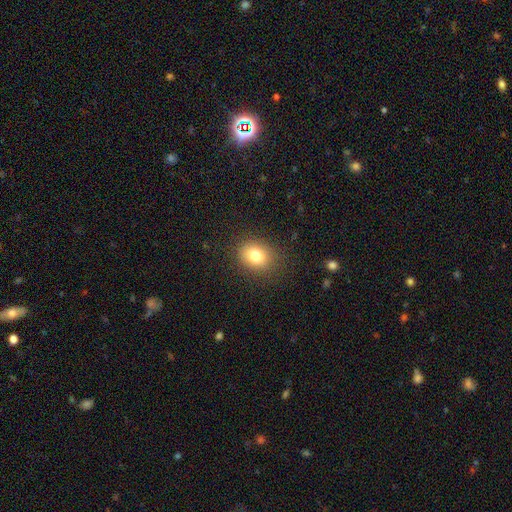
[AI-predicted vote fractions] Smooth or featured? smooth (79%)
How rounded? round (52%)
Merging? none (86%)